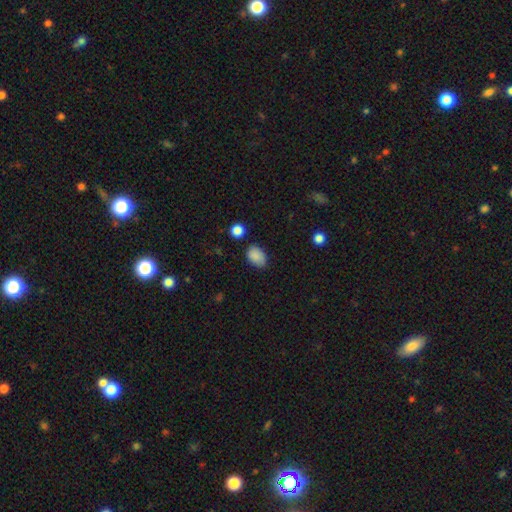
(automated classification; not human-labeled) This is clearly a smooth galaxy (87%). How rounded: clearly in between (83%). Merging: likely none (74%).